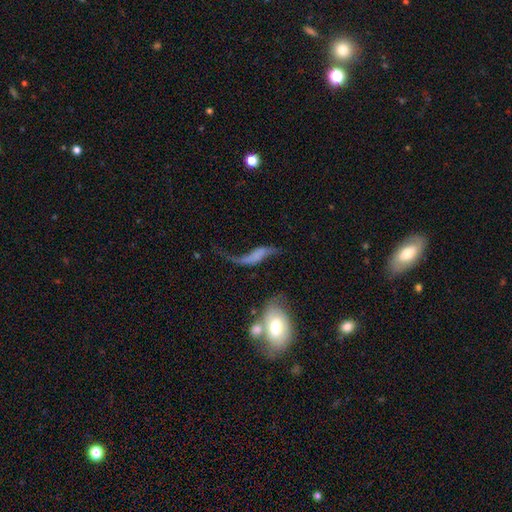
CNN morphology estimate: This is likely a featured or disk galaxy (70%). It is clearly not viewed edge-on (88%). Bar: possibly no (54%). Spiral arm pattern: clearly yes (84%). Spiral arm count: clearly 2 (85%). Spiral winding: clearly loose (94%). Central bulge: possibly none (59%). Merging: marginally none (35%).